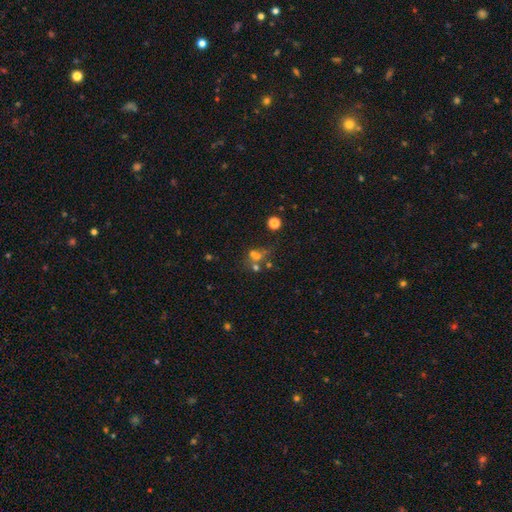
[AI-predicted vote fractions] Q: Smooth or featured?
A: smooth (48%); runner-up: star or artifact (27%)
Q: Merging?
A: merger (47%); runner-up: none (37%)